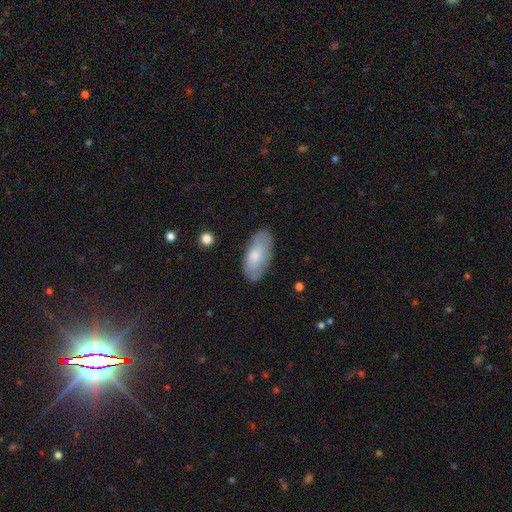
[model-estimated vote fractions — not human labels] This is likely a smooth galaxy (68%). How rounded: clearly in between (90%). Merging: likely none (77%).